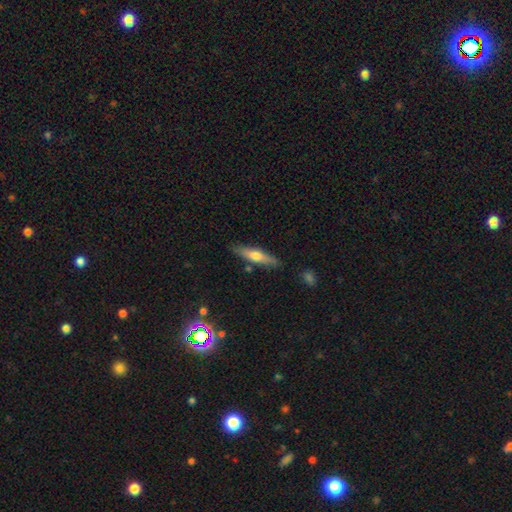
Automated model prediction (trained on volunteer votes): This is possibly a smooth galaxy (56%). How rounded: likely cigar-shaped (77%). Merging: clearly none (83%).